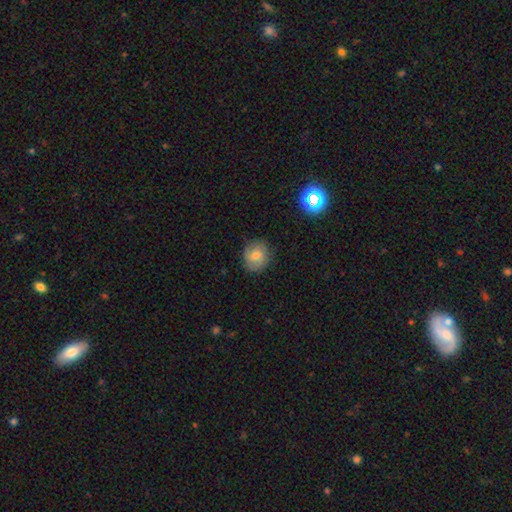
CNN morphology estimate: smooth-or-featured: smooth: 56% | featured or disk: 33% | star or artifact: 11%
  how-rounded: round: 78% | in between: 21% | cigar-shaped: 1%
  merging: none: 82% | minor disturbance: 14% | major disturbance: 4% | merger: 1%